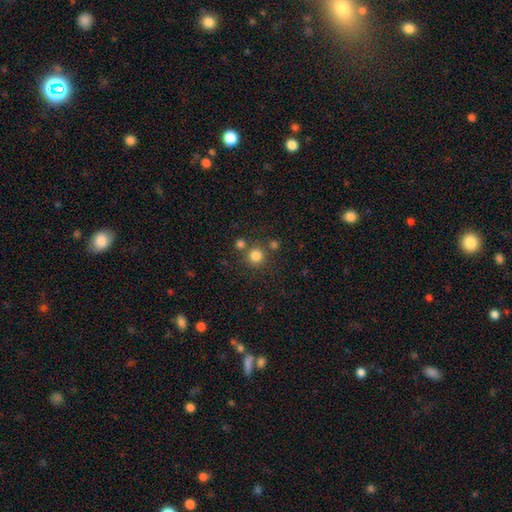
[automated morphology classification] A smooth galaxy with no disk features (81%) that is round (94%).

Vote fractions:
- Smooth or featured? smooth: 81% / star or artifact: 14% / featured or disk: 5%
- How rounded? round: 94% / in between: 5% / cigar-shaped: 1%
- Merging? none: 76% / merger: 13% / minor disturbance: 7% / major disturbance: 3%